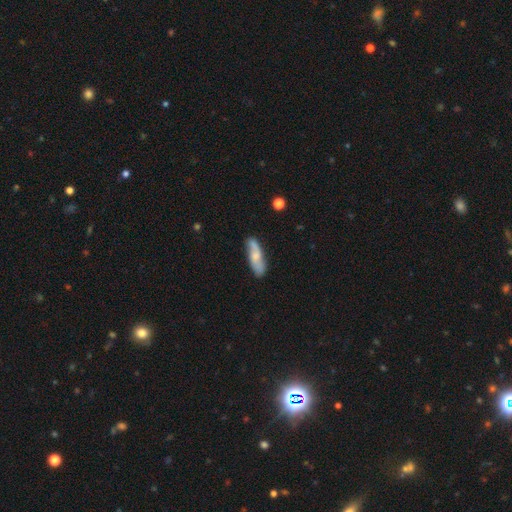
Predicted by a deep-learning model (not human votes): A smooth galaxy with no disk features (55%) that is cigar-shaped (51%). Merging: none (72%).